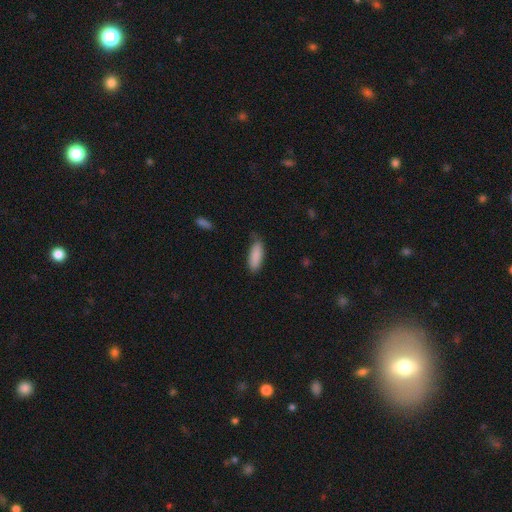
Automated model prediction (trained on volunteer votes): Smooth or featured? smooth (88%)
How rounded? in between (60%)
Merging? none (69%)